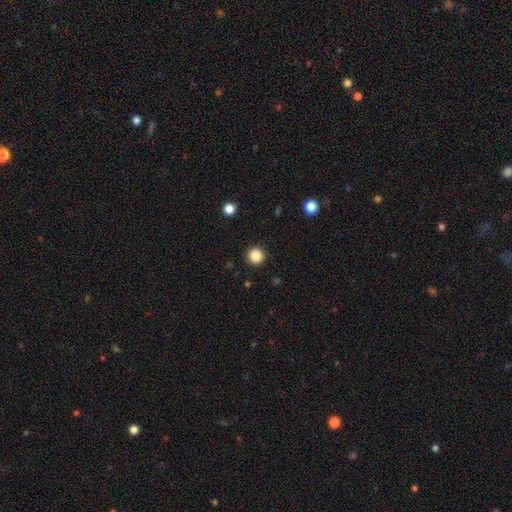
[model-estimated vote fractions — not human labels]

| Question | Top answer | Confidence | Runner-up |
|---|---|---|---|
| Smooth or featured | smooth | 86% | star or artifact (11%) |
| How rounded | round | 95% | in between (4%) |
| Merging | none | 92% | minor disturbance (5%) |